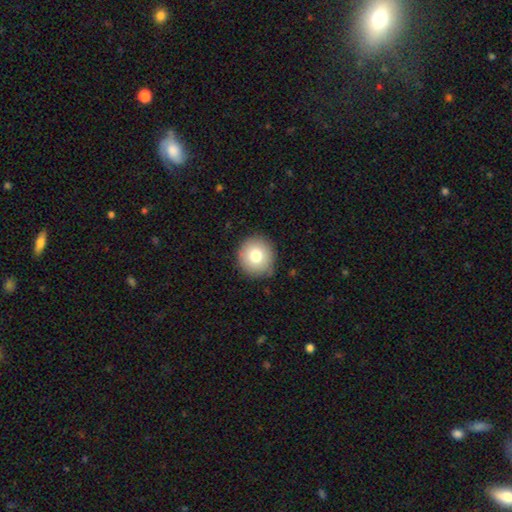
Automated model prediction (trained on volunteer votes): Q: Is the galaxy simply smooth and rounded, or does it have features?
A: smooth — 77%.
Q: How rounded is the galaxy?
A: round — 91%.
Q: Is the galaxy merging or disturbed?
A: none — 87%.